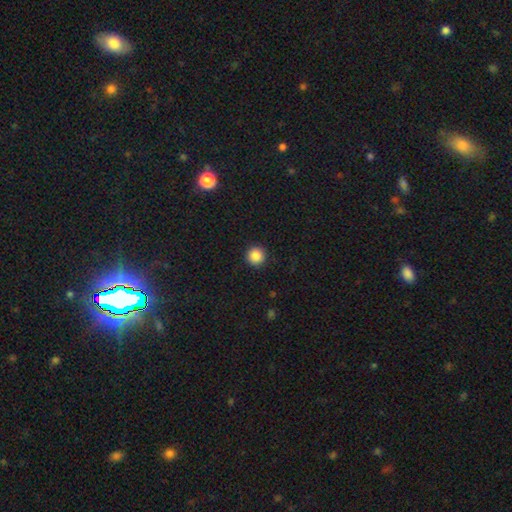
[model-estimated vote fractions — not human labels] A smooth galaxy with no disk features (87%) that is round (96%).

Vote fractions:
- Smooth or featured? smooth: 87% / star or artifact: 10% / featured or disk: 3%
- How rounded? round: 96% / in between: 3% / cigar-shaped: 1%
- Merging? none: 93% / minor disturbance: 4% / major disturbance: 2% / merger: 1%